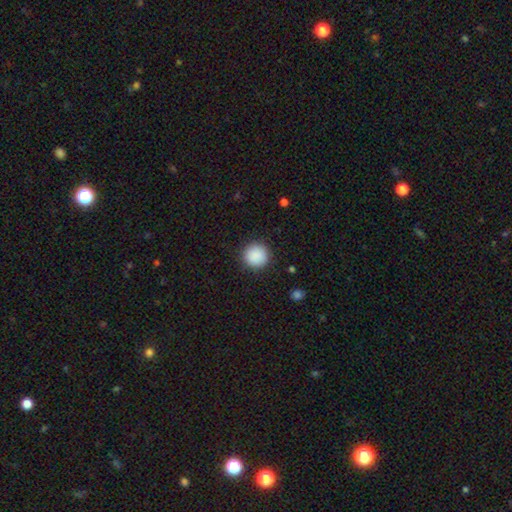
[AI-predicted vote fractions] Q: Smooth or featured?
A: smooth (89%); runner-up: star or artifact (8%)
Q: How rounded?
A: round (95%); runner-up: in between (4%)
Q: Merging?
A: none (91%); runner-up: minor disturbance (6%)